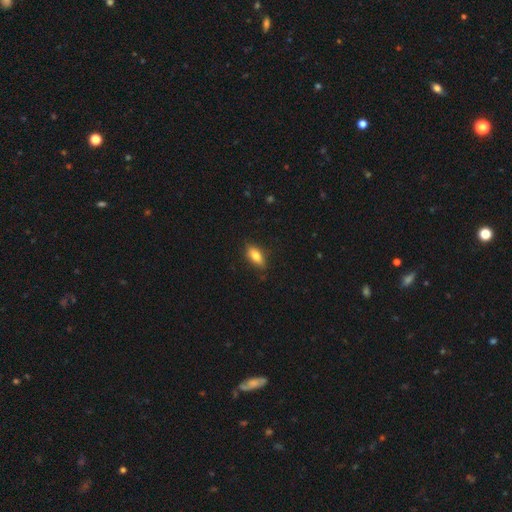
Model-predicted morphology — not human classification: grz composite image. It shows a smooth galaxy with no disk features (79%) that is in between round and cigar-shaped (82%). Merging: none (80%).